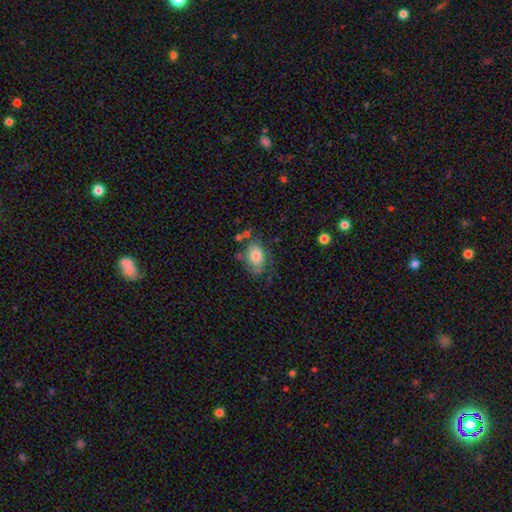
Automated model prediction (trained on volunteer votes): Smooth or featured? smooth (70%)
How rounded? in between (81%)
Merging? none (49%)